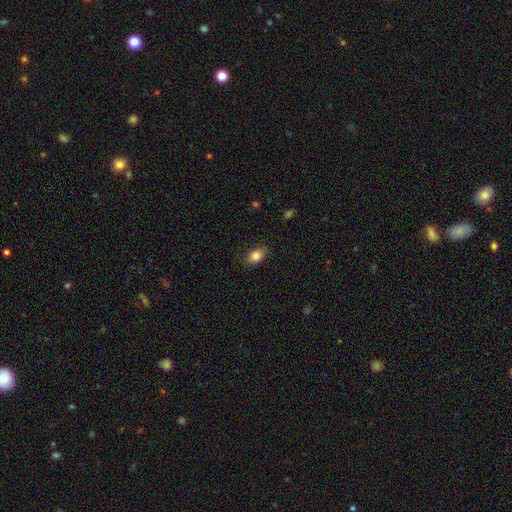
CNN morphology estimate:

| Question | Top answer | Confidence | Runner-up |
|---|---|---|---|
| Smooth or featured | smooth | 85% | star or artifact (9%) |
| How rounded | in between | 79% | round (20%) |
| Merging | none | 82% | minor disturbance (14%) |